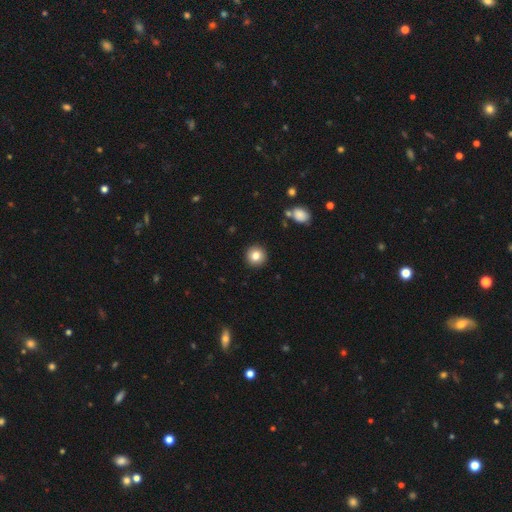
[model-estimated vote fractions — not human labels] Morphology: type=smooth (83%); roundness=round (95%); merging=none (92%).